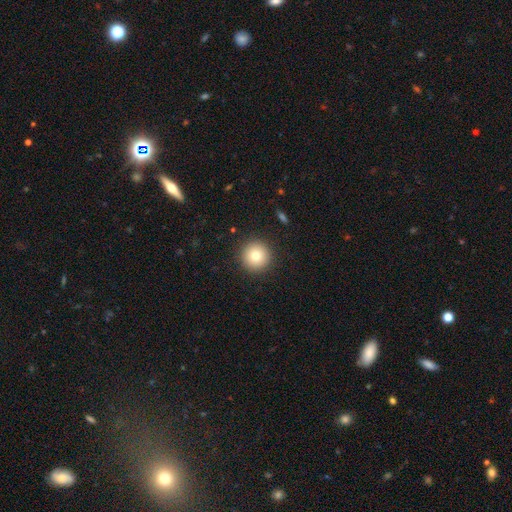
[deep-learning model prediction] Q: Smooth or featured?
A: smooth (79%); runner-up: star or artifact (11%)
Q: How rounded?
A: round (96%); runner-up: in between (3%)
Q: Merging?
A: none (91%); runner-up: minor disturbance (5%)